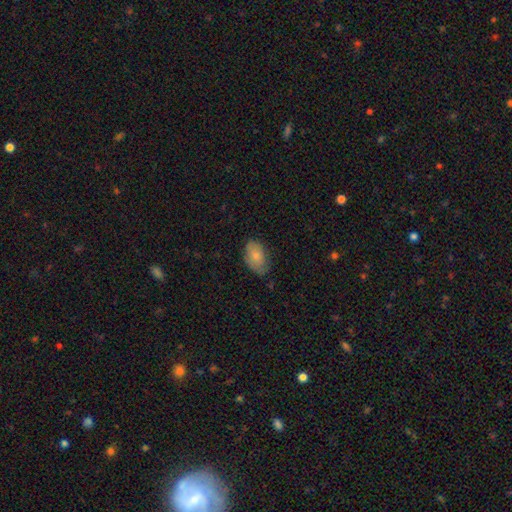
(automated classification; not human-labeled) This appears to be a smooth galaxy with no disk features (77%) that is in between round and cigar-shaped (91%). Merging: none (64%).